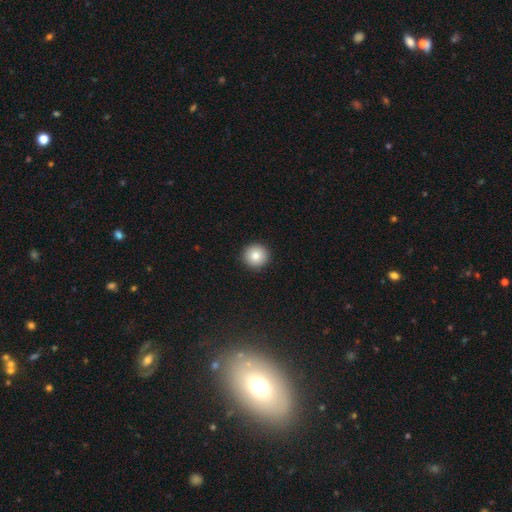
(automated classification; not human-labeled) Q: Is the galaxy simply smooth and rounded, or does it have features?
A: smooth — 83%.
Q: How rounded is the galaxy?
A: round — 95%.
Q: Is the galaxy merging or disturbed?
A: none — 93%.